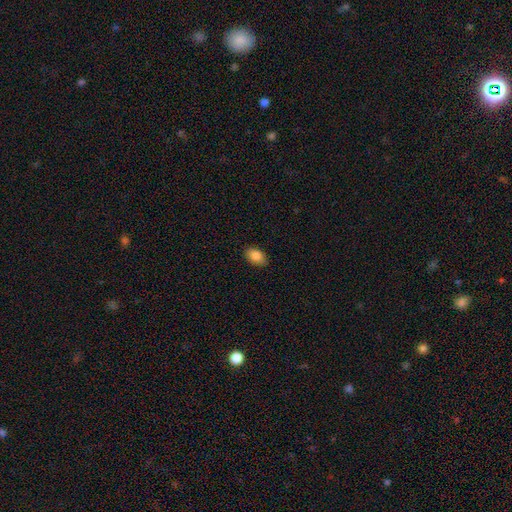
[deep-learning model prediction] Q: Smooth or featured?
A: smooth (87%); runner-up: star or artifact (8%)
Q: How rounded?
A: in between (89%); runner-up: round (10%)
Q: Merging?
A: none (86%); runner-up: minor disturbance (11%)